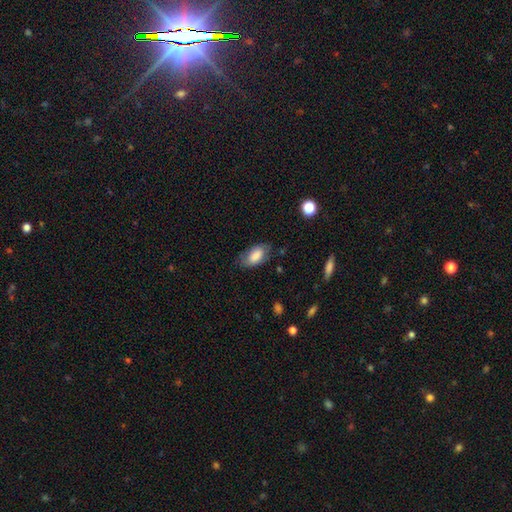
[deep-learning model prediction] This is likely a smooth galaxy (80%). How rounded: clearly in between (93%). Merging: likely none (67%).